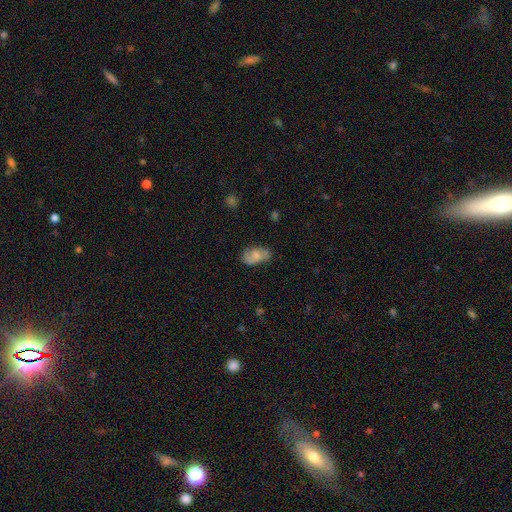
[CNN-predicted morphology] A smooth galaxy with no disk features (60%) that is in between round and cigar-shaped (91%).

Vote fractions:
- Smooth or featured? smooth: 60% / featured or disk: 32% / star or artifact: 8%
- How rounded? in between: 91% / round: 6% / cigar-shaped: 2%
- Merging? none: 67% / minor disturbance: 25% / major disturbance: 7% / merger: 2%